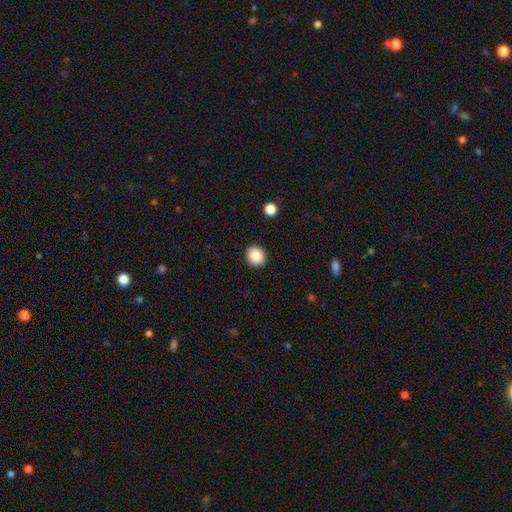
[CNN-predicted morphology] The model was most divided on "how rounded": round: 81%, in between: 18%, cigar-shaped: 1%. More confident: merging — none (92%); smooth or featured — smooth (87%).